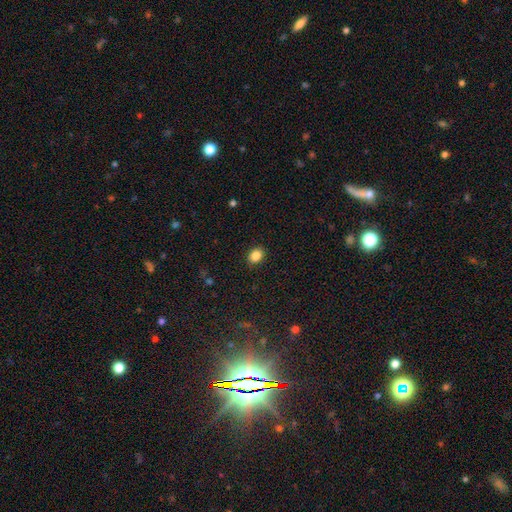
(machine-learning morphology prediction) Q: Smooth or featured?
A: smooth (86%); runner-up: star or artifact (10%)
Q: How rounded?
A: in between (53%); runner-up: round (46%)
Q: Merging?
A: none (89%); runner-up: minor disturbance (7%)